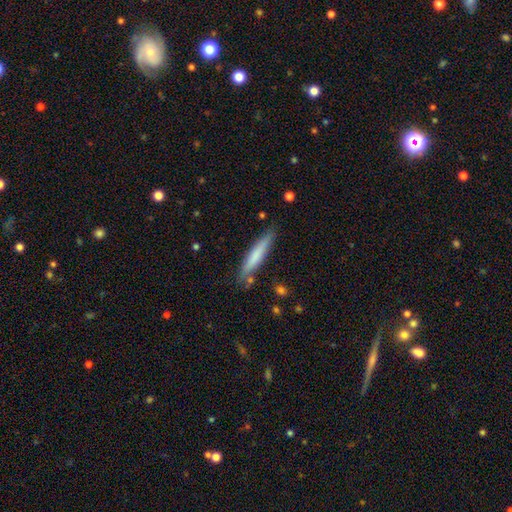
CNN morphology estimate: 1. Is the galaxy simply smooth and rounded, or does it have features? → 70% smooth, 24% featured or disk, 6% star or artifact.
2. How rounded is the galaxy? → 91% cigar-shaped, 7% in between, 1% round.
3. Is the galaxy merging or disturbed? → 82% none, 13% minor disturbance, 3% merger, 2% major disturbance.